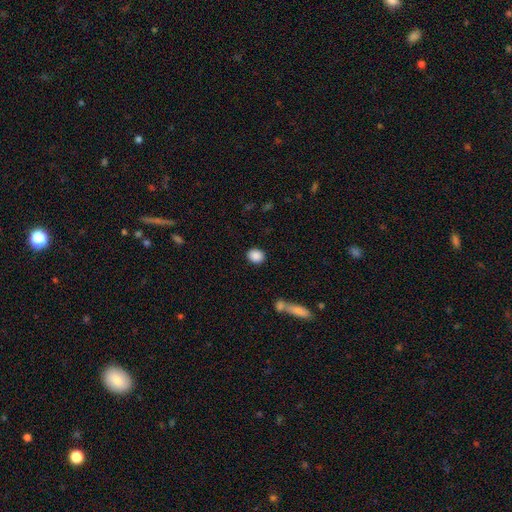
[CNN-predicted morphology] A smooth galaxy with no disk features (88%) that is round (60%). Merging: none (87%).